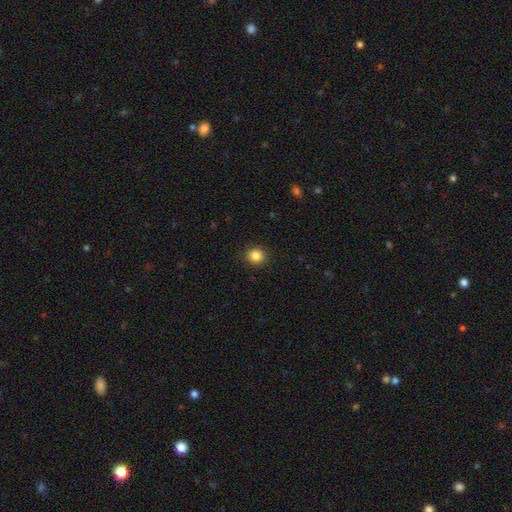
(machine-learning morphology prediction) Smooth or featured?
  - smooth: 85% *
  - star or artifact: 11%
  - featured or disk: 4%
How rounded?
  - round: 90% *
  - in between: 10%
  - cigar-shaped: 1%
Merging?
  - none: 91% *
  - minor disturbance: 6%
  - major disturbance: 2%
  - merger: 1%